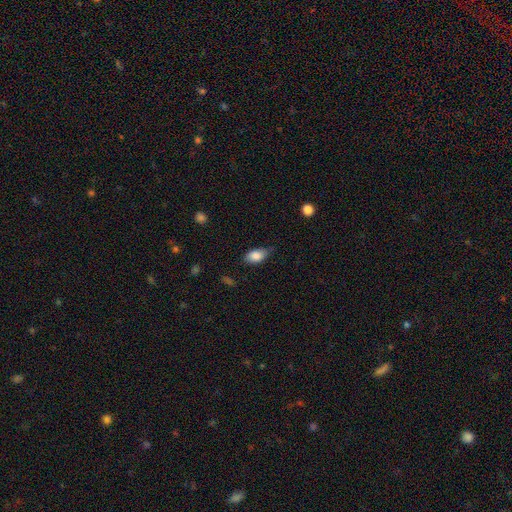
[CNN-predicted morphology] A smooth galaxy with no disk features (83%) that is in between round and cigar-shaped (90%).

Vote fractions:
- Smooth or featured? smooth: 83% / featured or disk: 9% / star or artifact: 7%
- How rounded? in between: 90% / round: 7% / cigar-shaped: 4%
- Merging? none: 63% / minor disturbance: 30% / major disturbance: 6% / merger: 1%